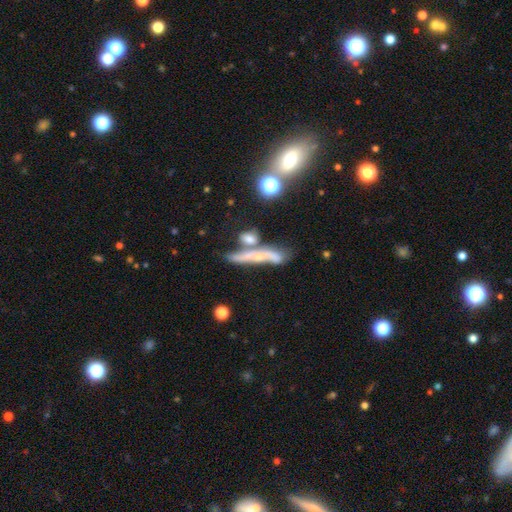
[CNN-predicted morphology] This appears to be a featured or disk galaxy (52%) viewed edge-on (61%). Merging: none (39%).